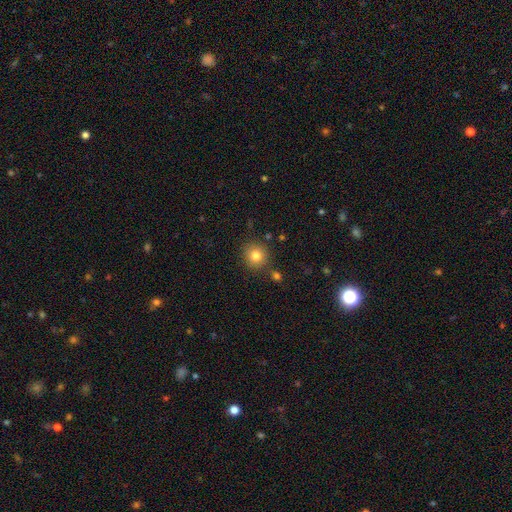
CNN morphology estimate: Smooth or featured?
  - smooth: 81% *
  - star or artifact: 11%
  - featured or disk: 8%
How rounded?
  - round: 91% *
  - in between: 8%
  - cigar-shaped: 1%
Merging?
  - none: 84% *
  - minor disturbance: 8%
  - merger: 5%
  - major disturbance: 3%